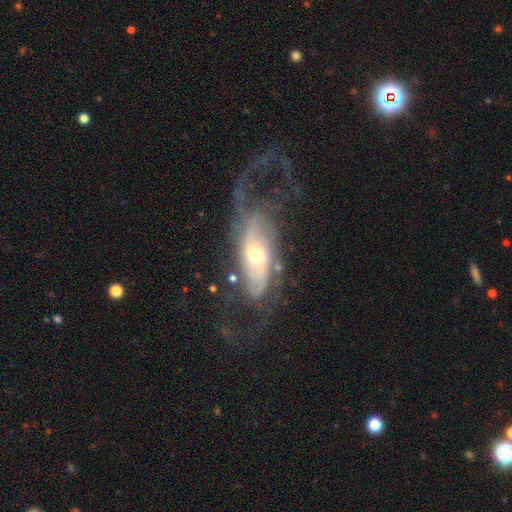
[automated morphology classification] A featured or disk galaxy (82%) with no bar (63%), 2 (50%) medium (40%) spiral arms (90%) and a moderate central bulge (50%). Merging: none (49%).